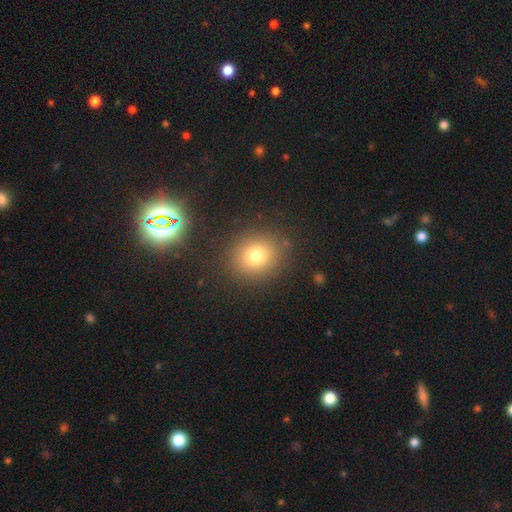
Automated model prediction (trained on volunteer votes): Morphology: type=smooth (76%); roundness=round (78%); merging=none (87%).